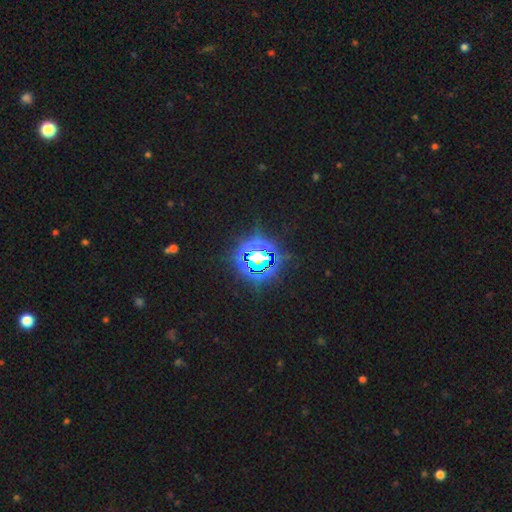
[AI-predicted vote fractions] This appears to be a star or artifact, not a galaxy (78%).